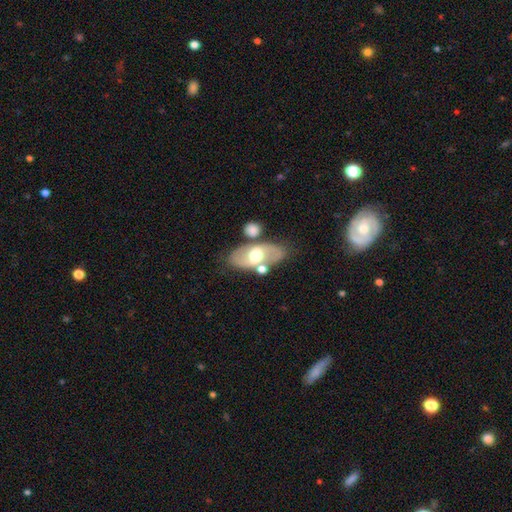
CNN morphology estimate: This appears to be a featured or disk galaxy (56%). Merging: none (65%).